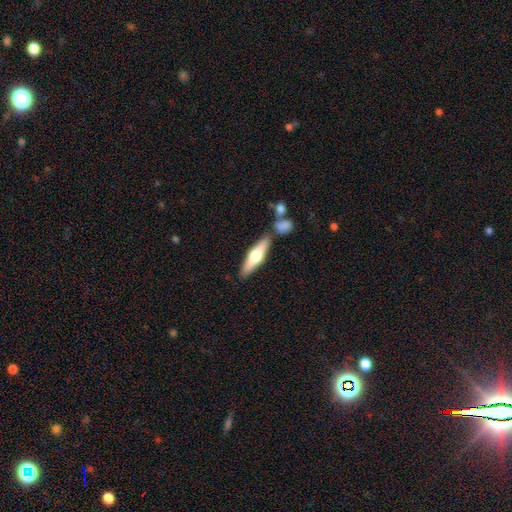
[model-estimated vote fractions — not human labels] Q: Smooth or featured?
A: smooth (48%); runner-up: featured or disk (47%)
Q: Merging?
A: none (79%); runner-up: minor disturbance (10%)